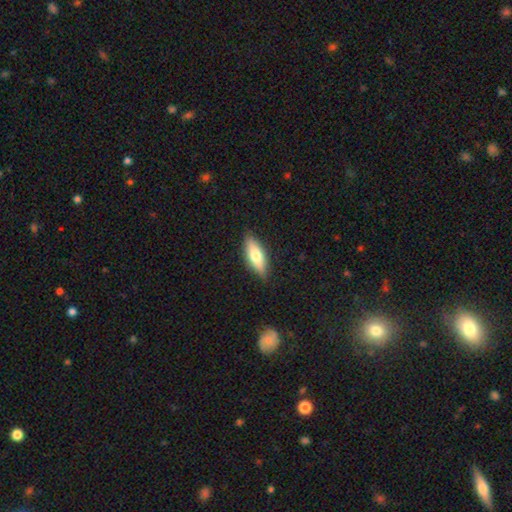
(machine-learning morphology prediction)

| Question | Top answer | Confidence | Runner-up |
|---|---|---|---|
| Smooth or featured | smooth | 68% | featured or disk (26%) |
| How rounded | in between | 62% | cigar-shaped (35%) |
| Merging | none | 87% | minor disturbance (10%) |